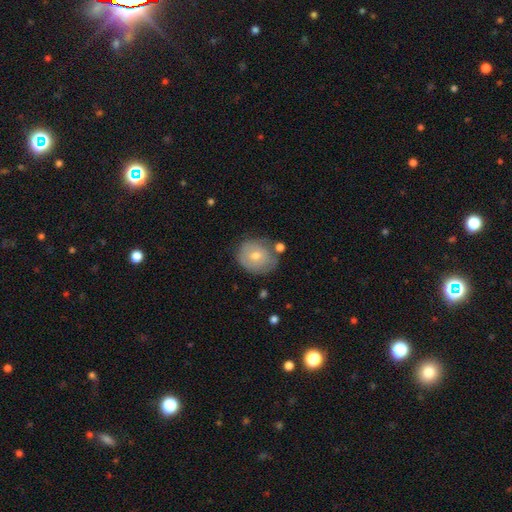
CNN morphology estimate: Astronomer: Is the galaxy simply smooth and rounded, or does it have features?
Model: smooth — 54% (runner-up: featured or disk, 37%).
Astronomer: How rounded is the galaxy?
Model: round — 77%.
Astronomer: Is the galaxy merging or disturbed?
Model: none — 68%.